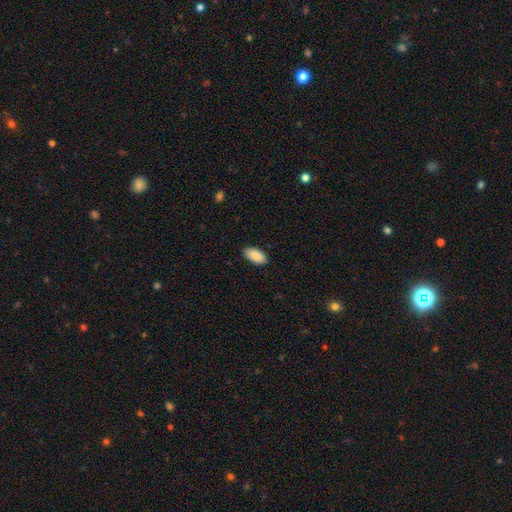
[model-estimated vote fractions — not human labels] Smooth or featured: smooth — 89% (star or artifact — 6%)
How rounded: in between — 95% (cigar-shaped — 3%)
Merging: none — 89% (minor disturbance — 9%)